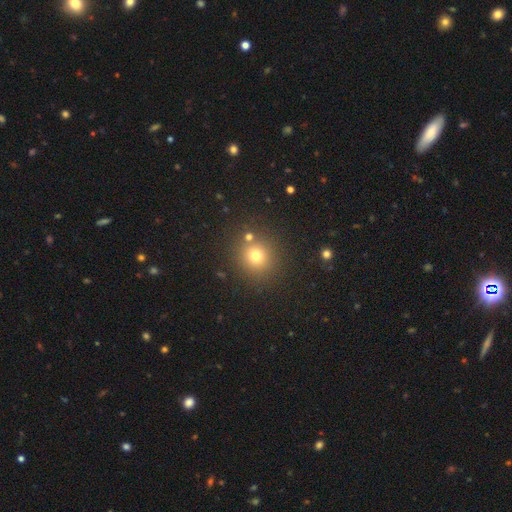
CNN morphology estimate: Smooth or featured: smooth — 73% (star or artifact — 19%)
How rounded: round — 89% (in between — 10%)
Merging: none — 81% (merger — 8%)